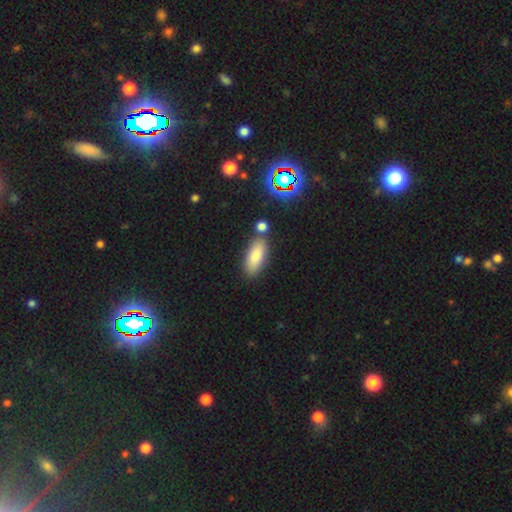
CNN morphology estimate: smooth-or-featured: smooth: 83% | featured or disk: 10% | star or artifact: 8%
  how-rounded: in between: 81% | cigar-shaped: 16% | round: 3%
  merging: none: 74% | minor disturbance: 11% | merger: 11% | major disturbance: 3%